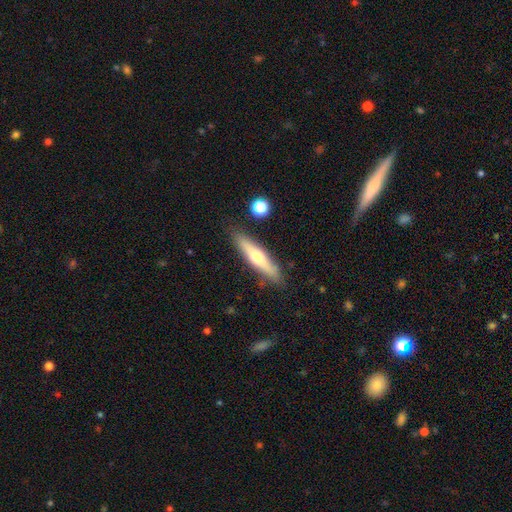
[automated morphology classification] Smooth or featured: featured or disk — 51% (smooth — 43%)
Edge-on disk: yes — 90% (no — 10%)
Merging: none — 86% (minor disturbance — 9%)